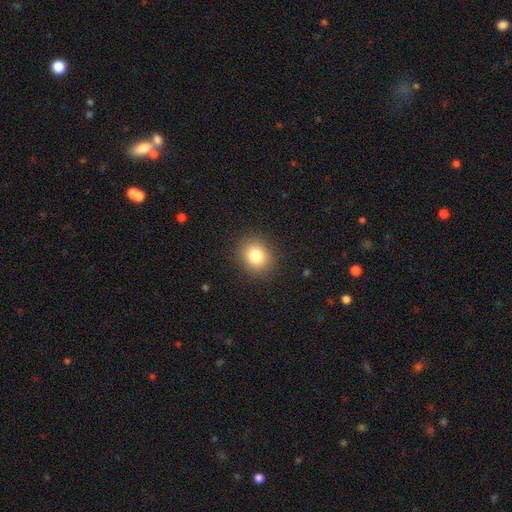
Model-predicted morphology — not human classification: type=smooth (82%); roundness=round (71%); merging=none (89%).